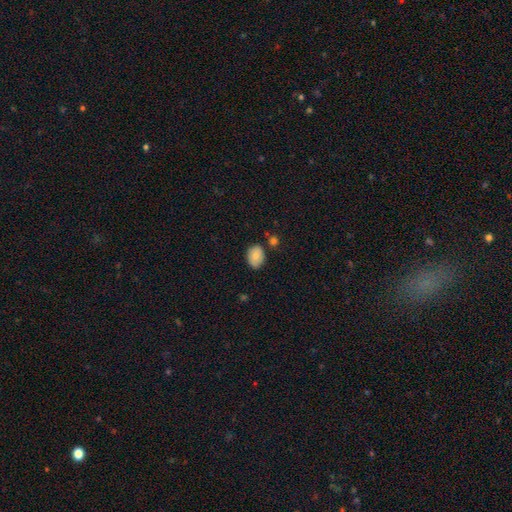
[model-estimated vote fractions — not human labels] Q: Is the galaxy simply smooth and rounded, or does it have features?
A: smooth — 83%.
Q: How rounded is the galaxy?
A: in between — 72%.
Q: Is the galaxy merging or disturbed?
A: none — 75%.